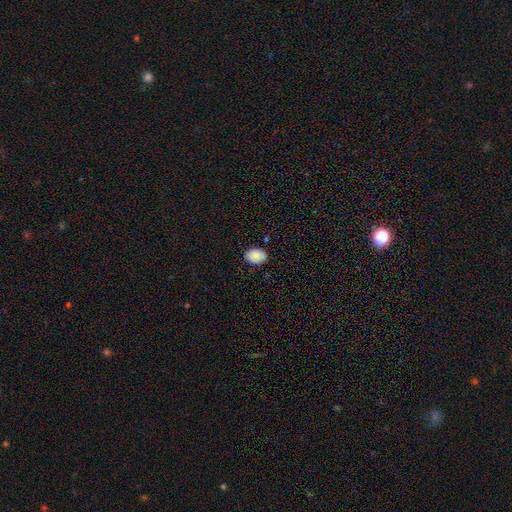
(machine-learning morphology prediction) Q: Smooth or featured?
A: smooth (87%); runner-up: star or artifact (8%)
Q: How rounded?
A: in between (74%); runner-up: round (25%)
Q: Merging?
A: none (84%); runner-up: minor disturbance (12%)